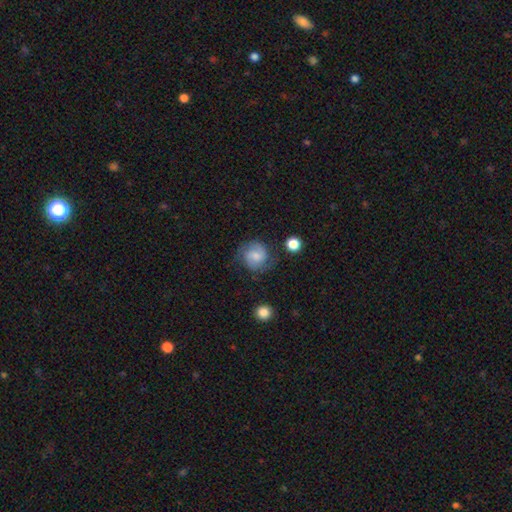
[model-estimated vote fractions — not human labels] Smooth or featured: featured or disk — 53% (smooth — 38%)
Edge-on disk: no — 98% (yes — 2%)
Bar: weak — 46% (no — 45%)
Spiral arms: yes — 91% (no — 9%)
Bulge size: small — 46% (moderate — 32%)
Merging: none — 70% (minor disturbance — 19%)